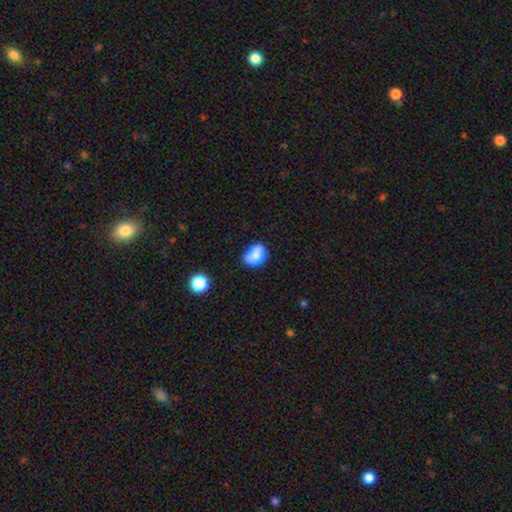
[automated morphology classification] A smooth galaxy with no disk features (79%) that is in between round and cigar-shaped (70%). Merging: none (51%).